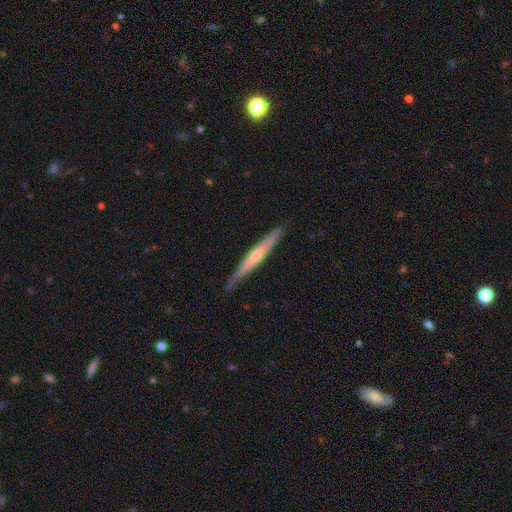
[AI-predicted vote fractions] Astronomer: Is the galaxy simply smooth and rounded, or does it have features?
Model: featured or disk — 57% (runner-up: smooth, 38%).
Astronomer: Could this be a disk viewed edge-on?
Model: yes — 94%.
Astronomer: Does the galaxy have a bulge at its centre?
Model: rounded — 57% (runner-up: none, 38%).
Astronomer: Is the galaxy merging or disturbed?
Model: none — 83%.